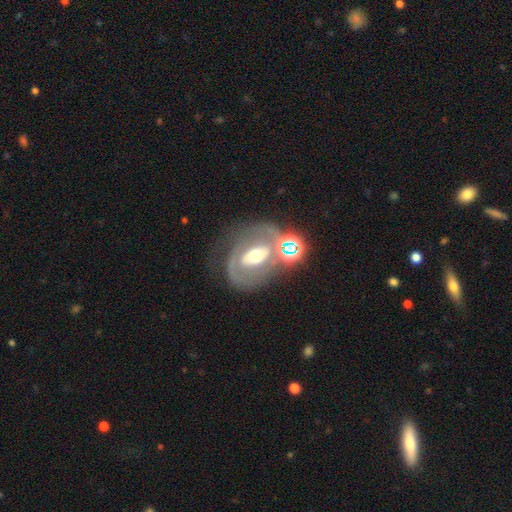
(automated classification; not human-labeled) Smooth or featured? Predicted: featured or disk (p=0.68). Edge-on disk? Predicted: no (p=0.94). Bar? Predicted: no (p=0.38). Spiral arms? Predicted: yes (p=0.54). Bulge size? Predicted: moderate (p=0.67). Merging? Predicted: none (p=0.52).